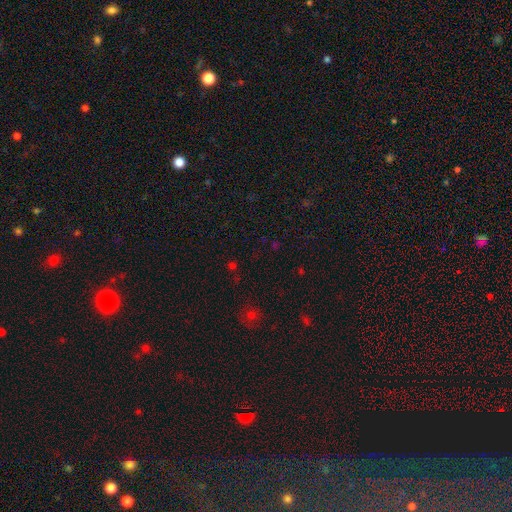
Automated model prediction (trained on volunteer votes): A star or artifact, not a galaxy (60%).

Vote fractions:
- Smooth or featured? star or artifact: 60% / smooth: 33% / featured or disk: 8%